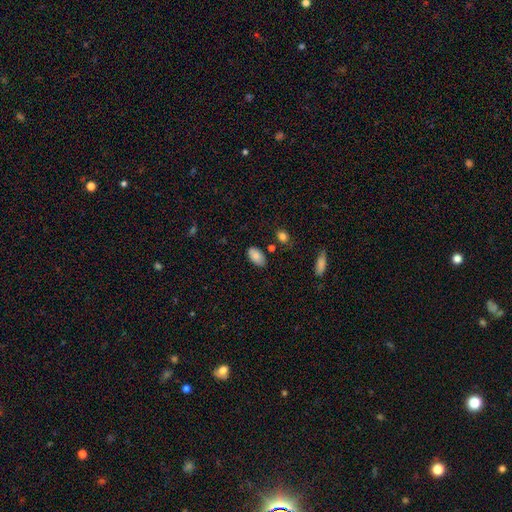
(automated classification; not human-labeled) Smooth or featured?
  - smooth: 85% *
  - featured or disk: 8%
  - star or artifact: 8%
How rounded?
  - in between: 94% *
  - round: 4%
  - cigar-shaped: 2%
Merging?
  - none: 78% *
  - minor disturbance: 15%
  - merger: 3%
  - major disturbance: 3%